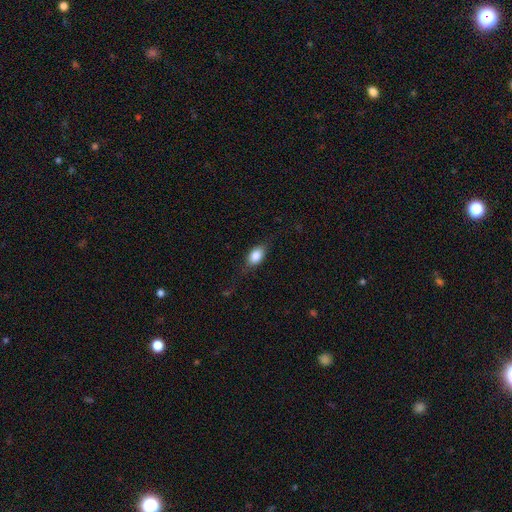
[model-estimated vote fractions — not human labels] Overall: smooth (80%). How rounded: in between (83%). Merging: none (73%).